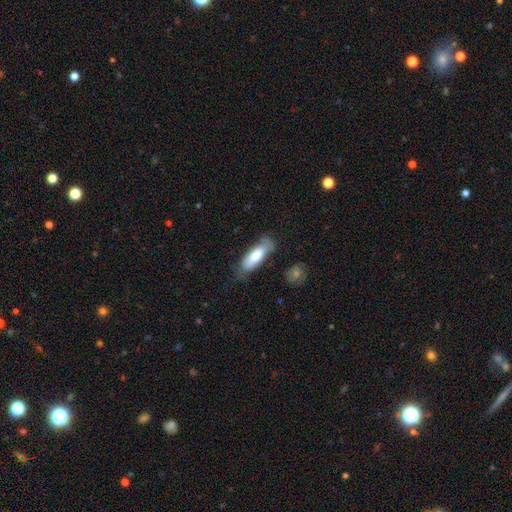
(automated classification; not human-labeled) smooth_or_featured: smooth (p=0.74) [alt: featured or disk p=0.20]
how_rounded: in between (p=0.62) [alt: cigar-shaped p=0.37]
merging: none (p=0.61) [alt: minor disturbance p=0.27]